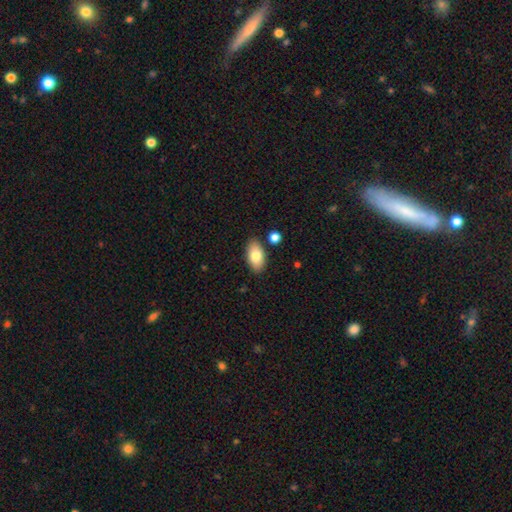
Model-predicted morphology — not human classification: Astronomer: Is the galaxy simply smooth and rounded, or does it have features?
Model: smooth — 78%.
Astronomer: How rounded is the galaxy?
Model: in between — 93%.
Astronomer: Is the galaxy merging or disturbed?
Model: none — 85%.